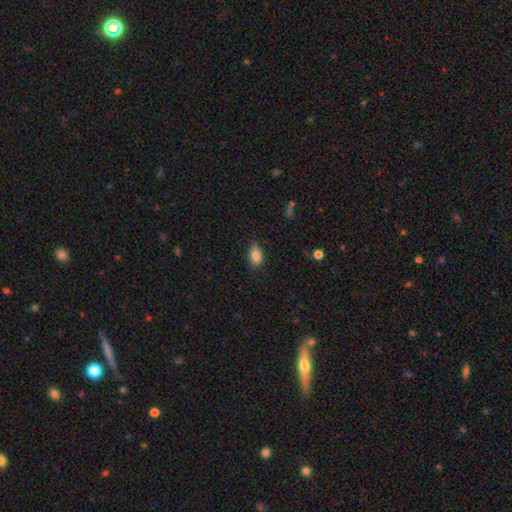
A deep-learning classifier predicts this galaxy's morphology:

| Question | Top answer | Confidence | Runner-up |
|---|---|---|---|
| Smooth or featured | smooth | 85% | star or artifact (9%) |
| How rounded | in between | 89% | round (8%) |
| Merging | none | 73% | minor disturbance (22%) |